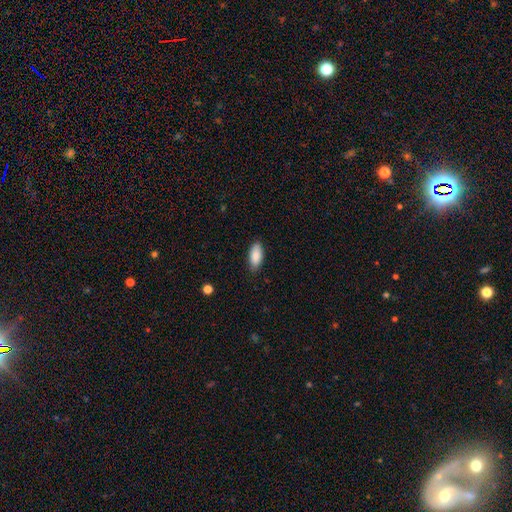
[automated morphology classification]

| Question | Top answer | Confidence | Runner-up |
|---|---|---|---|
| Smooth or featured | smooth | 87% | featured or disk (7%) |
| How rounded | in between | 88% | cigar-shaped (10%) |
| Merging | none | 85% | minor disturbance (12%) |